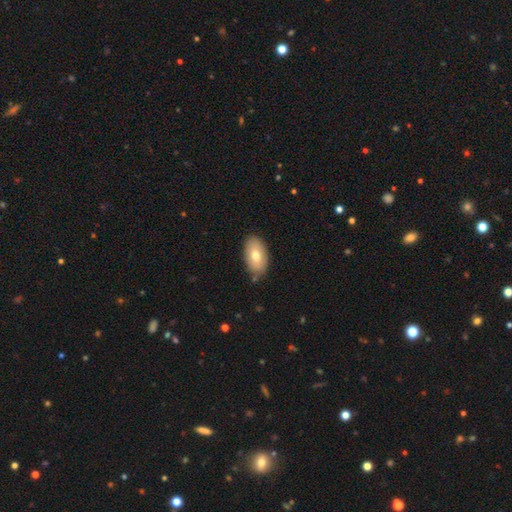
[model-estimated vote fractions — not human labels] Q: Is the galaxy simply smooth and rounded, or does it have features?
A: smooth — 72%.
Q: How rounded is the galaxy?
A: in between — 93%.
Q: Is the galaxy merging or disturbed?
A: none — 82%.